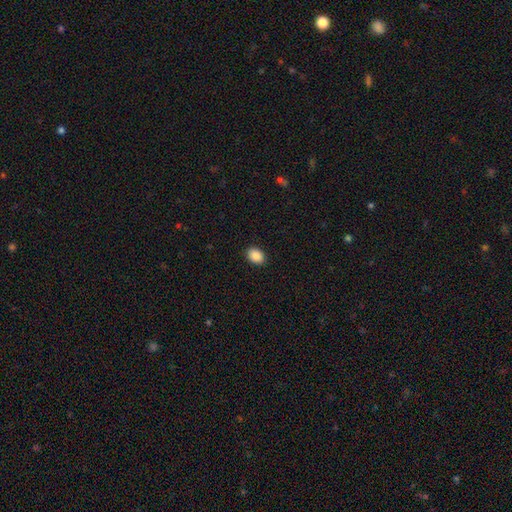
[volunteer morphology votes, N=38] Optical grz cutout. It shows a smooth galaxy with no disk features (92%) that is in between round and cigar-shaped (83%). Merging: none (84%).